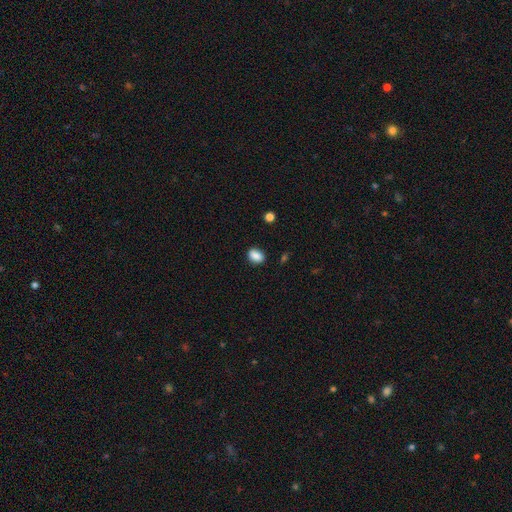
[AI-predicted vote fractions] smooth 87%, star or artifact 9%, featured or disk 4%. Down the decision tree: how rounded — in between (74%); merging — none (82%).